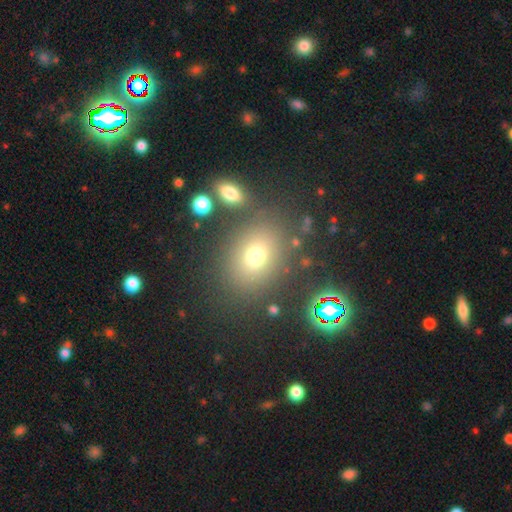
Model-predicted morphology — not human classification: smooth 70%, star or artifact 18%, featured or disk 12%. Down the decision tree: how rounded — in between (51%); merging — none (78%).